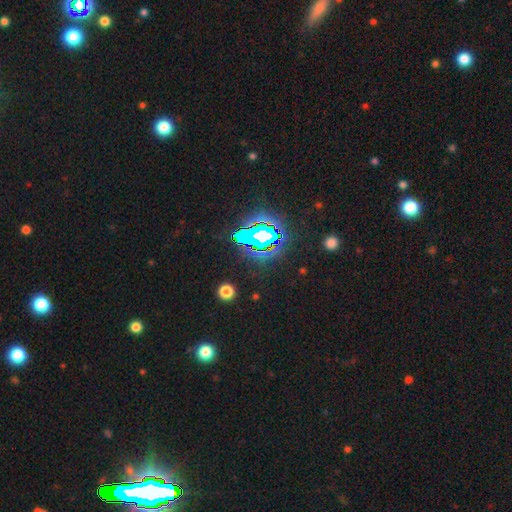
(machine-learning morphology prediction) The model was most divided on "smooth or featured": star or artifact: 83%, smooth: 10%, featured or disk: 7%.